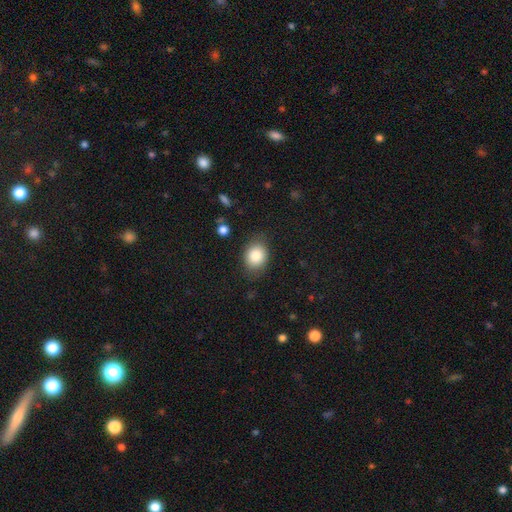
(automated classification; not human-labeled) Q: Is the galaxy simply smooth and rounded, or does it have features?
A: smooth — 84%.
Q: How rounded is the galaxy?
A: in between — 51%.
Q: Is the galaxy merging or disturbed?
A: none — 80%.